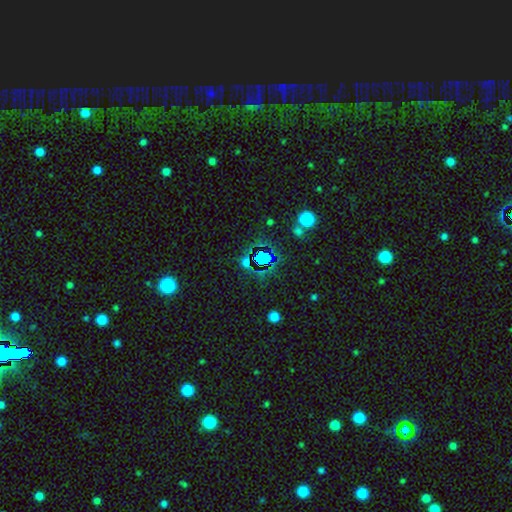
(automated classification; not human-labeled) A star or artifact, not a galaxy (64%).